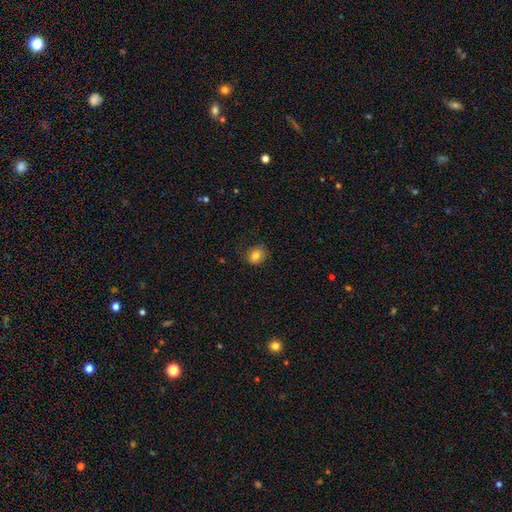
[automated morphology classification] Overall: smooth (80%). How rounded: round (61%; in between 38%). Merging: none (77%).